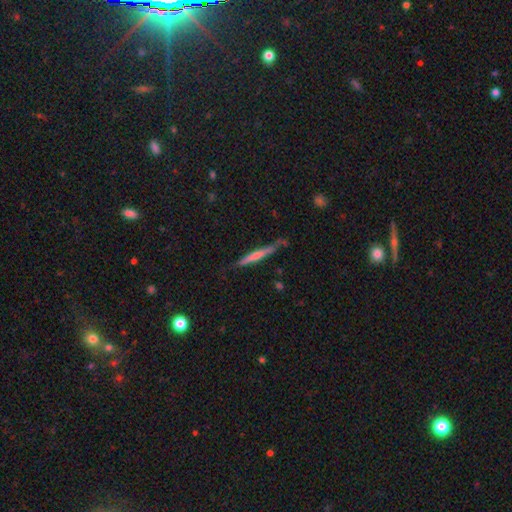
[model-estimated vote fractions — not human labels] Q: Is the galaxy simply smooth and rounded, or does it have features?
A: featured or disk — 55%.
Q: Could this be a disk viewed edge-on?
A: yes — 96%.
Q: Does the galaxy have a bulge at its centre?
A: none — 47%.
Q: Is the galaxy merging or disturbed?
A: none — 79%.